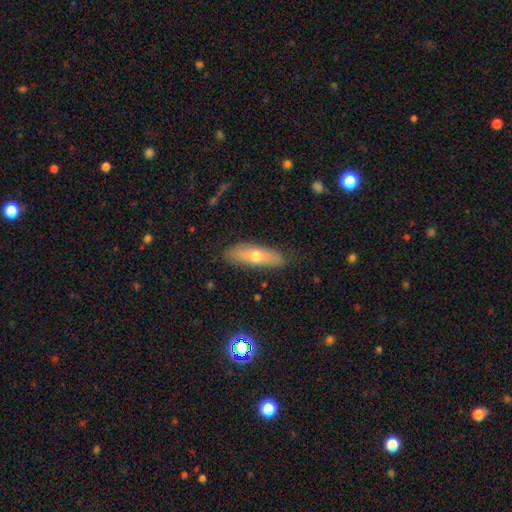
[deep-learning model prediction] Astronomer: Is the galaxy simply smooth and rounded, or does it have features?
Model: smooth — 56% (runner-up: featured or disk, 36%).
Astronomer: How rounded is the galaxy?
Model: cigar-shaped — 54% (runner-up: in between, 43%).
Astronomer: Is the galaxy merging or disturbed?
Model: none — 83%.